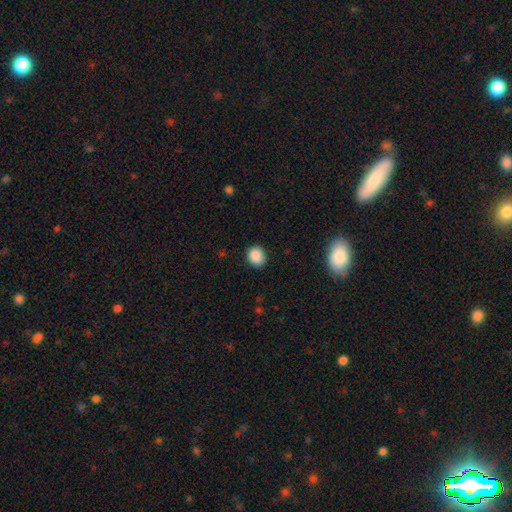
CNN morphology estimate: type=smooth (88%); roundness=round (63%); merging=none (87%).